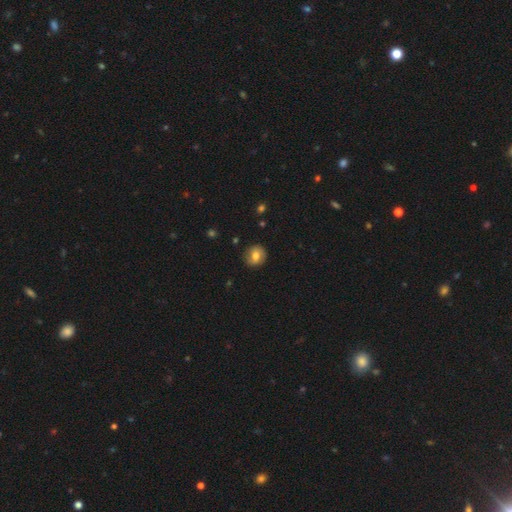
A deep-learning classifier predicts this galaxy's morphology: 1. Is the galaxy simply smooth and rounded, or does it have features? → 68% smooth, 23% featured or disk, 9% star or artifact.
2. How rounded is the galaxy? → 81% round, 18% in between, 1% cigar-shaped.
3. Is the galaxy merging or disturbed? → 84% none, 12% minor disturbance, 3% major disturbance, 1% merger.